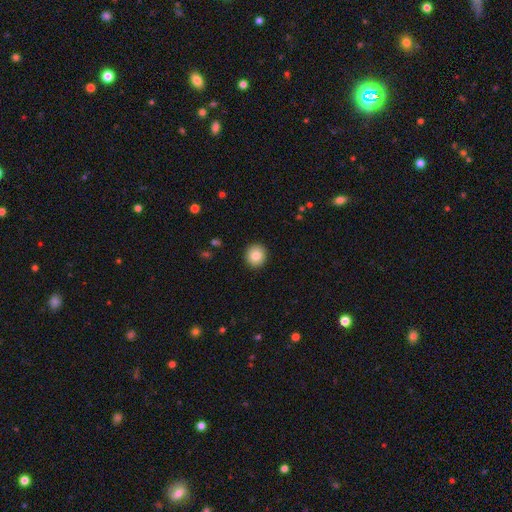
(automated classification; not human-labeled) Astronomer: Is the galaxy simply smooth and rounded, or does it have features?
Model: smooth — 84%.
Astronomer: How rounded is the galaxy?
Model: round — 89%.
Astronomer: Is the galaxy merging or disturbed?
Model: none — 92%.